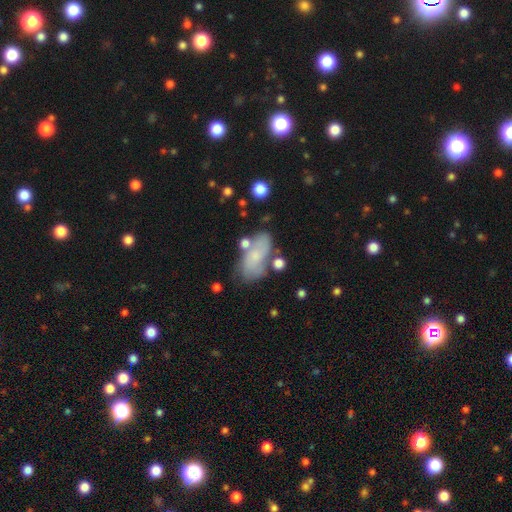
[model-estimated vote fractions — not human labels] smooth 56%, featured or disk 35%, star or artifact 9%. Down the decision tree: how rounded — in between (88%); merging — none (55%).